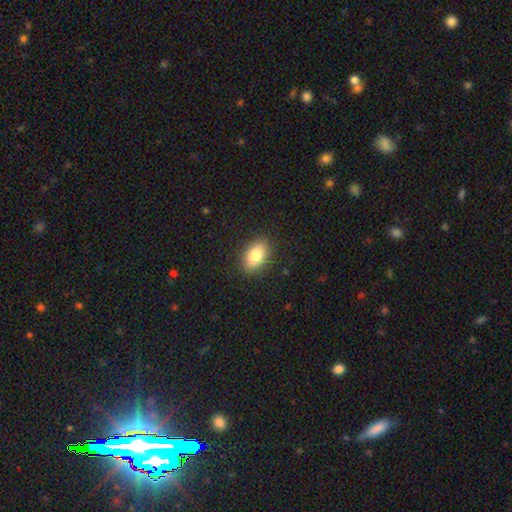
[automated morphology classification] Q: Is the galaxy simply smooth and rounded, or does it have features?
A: smooth — 84%.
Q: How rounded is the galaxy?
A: in between — 90%.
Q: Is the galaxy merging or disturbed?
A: none — 88%.